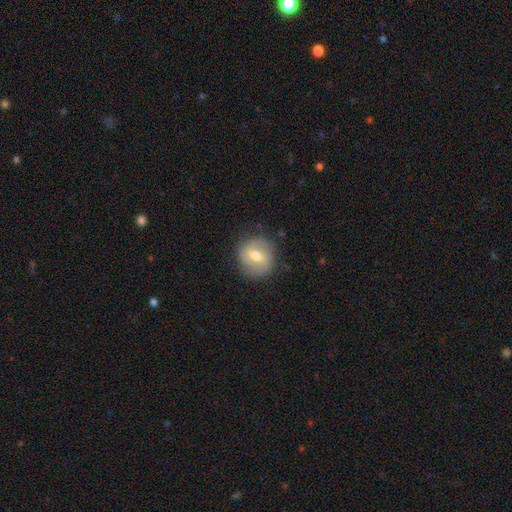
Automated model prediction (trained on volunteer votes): Smooth or featured?
  - smooth: 49% *
  - featured or disk: 44%
  - star or artifact: 8%
Merging?
  - none: 80% *
  - minor disturbance: 14%
  - major disturbance: 5%
  - merger: 1%